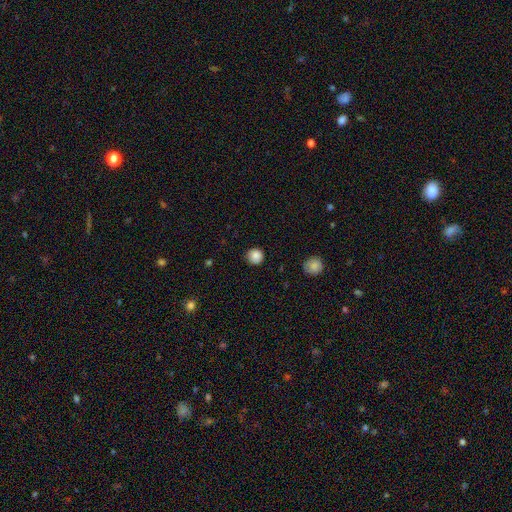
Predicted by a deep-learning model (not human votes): The model was most divided on "smooth or featured": smooth: 86%, star or artifact: 10%, featured or disk: 5%. More confident: how rounded — round (93%); merging — none (88%).